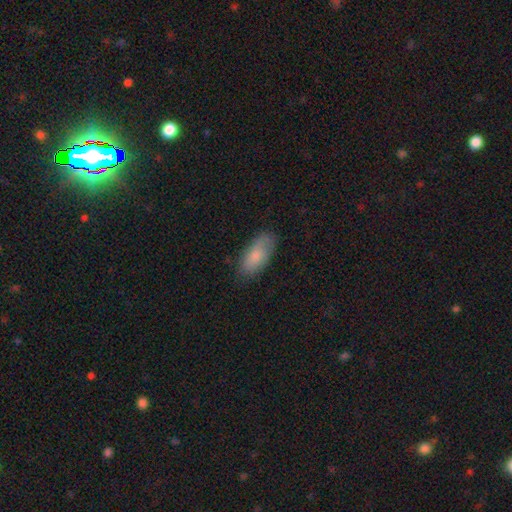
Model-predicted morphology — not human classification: Smooth or featured: smooth — 79% (featured or disk — 15%)
How rounded: in between — 86% (cigar-shaped — 11%)
Merging: none — 77% (minor disturbance — 18%)